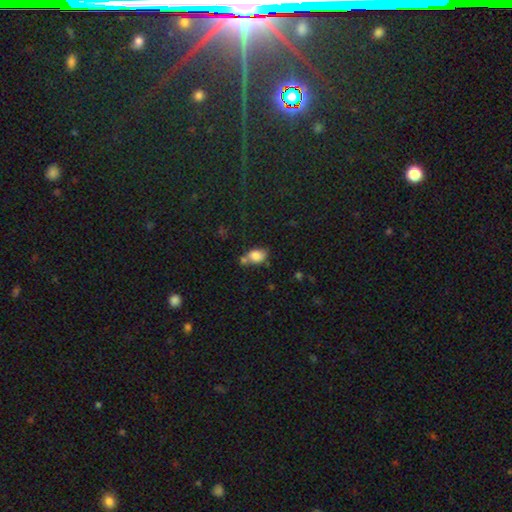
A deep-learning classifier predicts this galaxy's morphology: The model was most divided on "merging": none: 39%, merger: 35%, minor disturbance: 19%, major disturbance: 7%. More confident: smooth or featured — smooth (79%); how rounded — in between (76%).